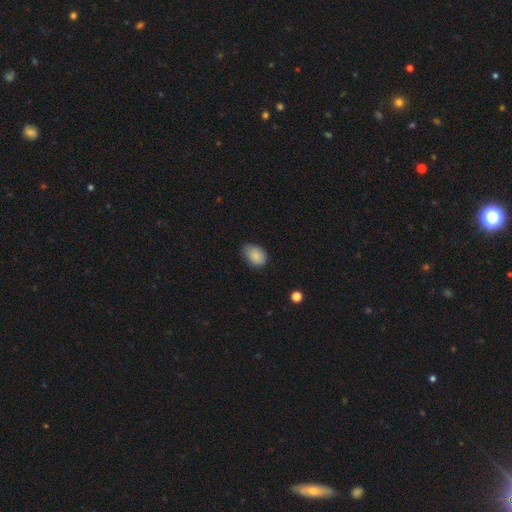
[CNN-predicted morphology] smooth-or-featured: smooth: 86% | star or artifact: 8% | featured or disk: 6%
  how-rounded: in between: 83% | round: 16% | cigar-shaped: 1%
  merging: none: 62% | minor disturbance: 31% | major disturbance: 5% | merger: 1%